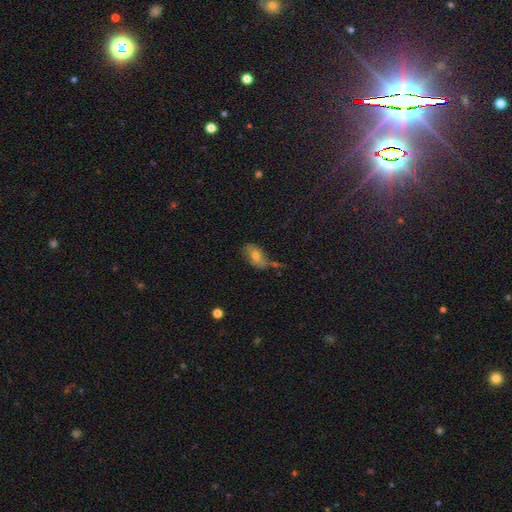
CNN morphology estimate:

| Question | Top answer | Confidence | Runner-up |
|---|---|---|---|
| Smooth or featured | smooth | 53% | featured or disk (33%) |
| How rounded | in between | 88% | round (8%) |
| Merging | none | 45% | minor disturbance (26%) |